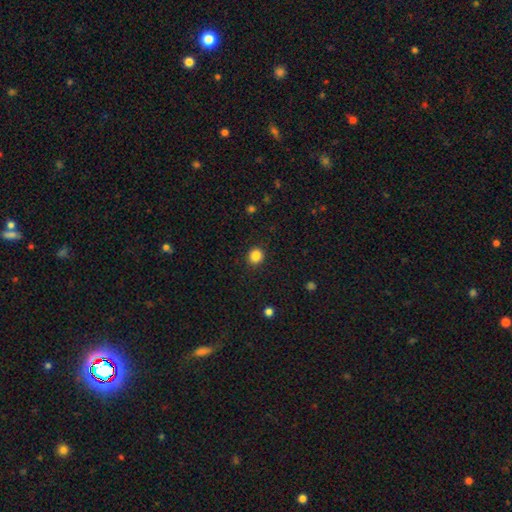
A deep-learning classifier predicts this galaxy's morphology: Smooth or featured? smooth (86%)
How rounded? round (87%)
Merging? none (90%)